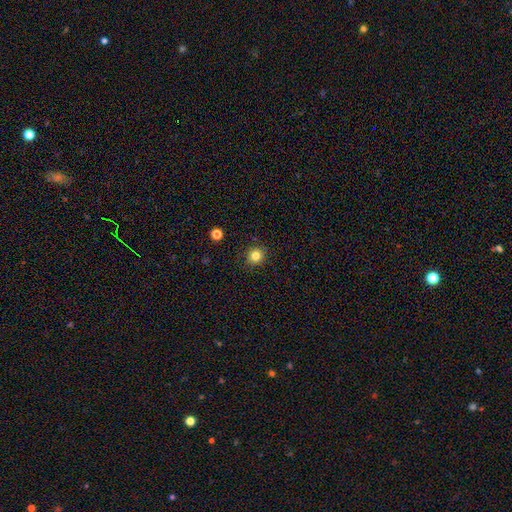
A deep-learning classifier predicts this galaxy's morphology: smooth 82%, star or artifact 12%, featured or disk 5%. Down the decision tree: how rounded — round (90%); merging — none (89%).